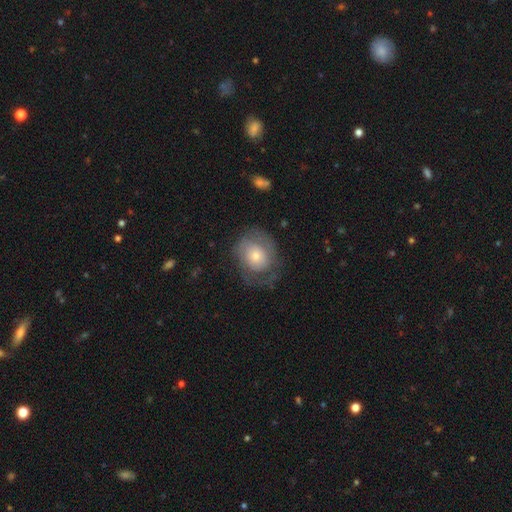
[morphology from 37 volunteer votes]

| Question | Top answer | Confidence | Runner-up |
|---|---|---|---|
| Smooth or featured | featured or disk | 51% | smooth (43%) |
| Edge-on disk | no | 100% | — |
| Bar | no | 89% | weak (11%) |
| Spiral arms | yes | 74% | no (26%) |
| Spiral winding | medium | 50% | tight (43%) |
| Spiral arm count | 2 | 50% | can't tell (29%) |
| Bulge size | moderate | 58% | small (37%) |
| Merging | none | 66% | minor disturbance (29%) |